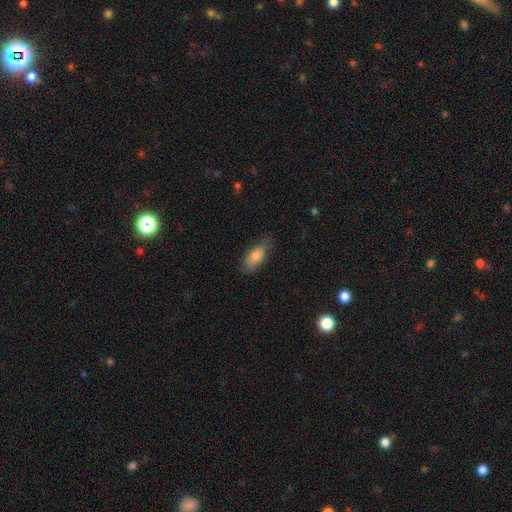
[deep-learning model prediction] This appears to be a smooth galaxy with no disk features (75%) that is in between round and cigar-shaped (84%). Merging: none (69%).